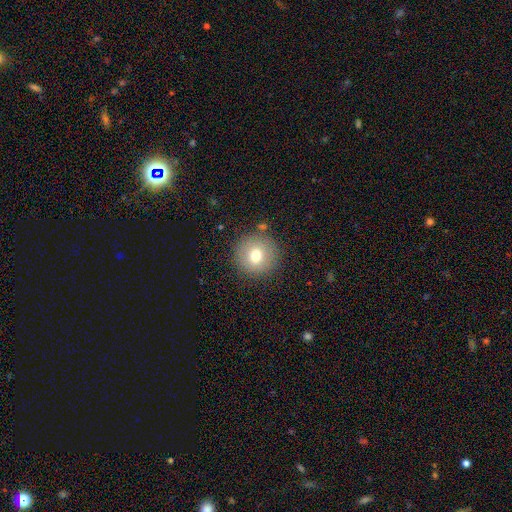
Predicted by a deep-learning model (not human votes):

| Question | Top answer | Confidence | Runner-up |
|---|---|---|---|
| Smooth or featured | smooth | 75% | featured or disk (14%) |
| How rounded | round | 95% | in between (4%) |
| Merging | none | 86% | minor disturbance (8%) |